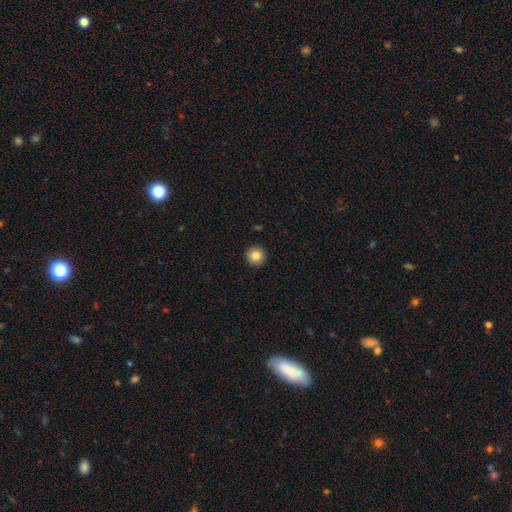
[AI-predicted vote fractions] Q: Smooth or featured?
A: smooth (84%); runner-up: star or artifact (9%)
Q: How rounded?
A: round (96%); runner-up: in between (3%)
Q: Merging?
A: none (93%); runner-up: minor disturbance (4%)